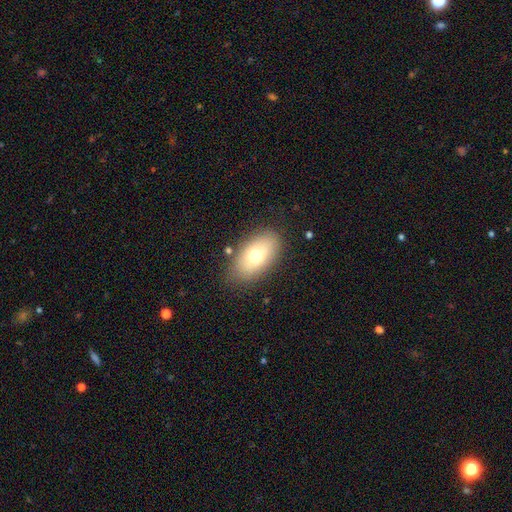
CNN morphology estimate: type=smooth (69%); roundness=in between (91%); merging=none (80%).